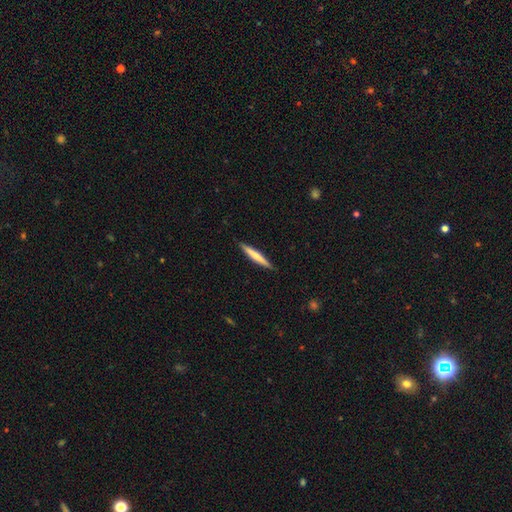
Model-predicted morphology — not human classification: This is possibly a smooth galaxy (59%). How rounded: clearly cigar-shaped (95%). Merging: clearly none (90%).